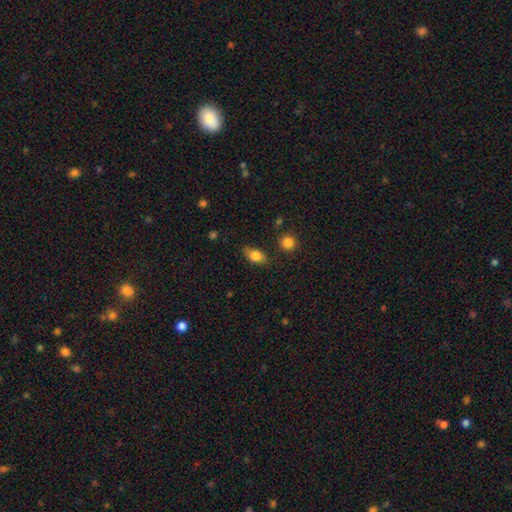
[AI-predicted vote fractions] This is clearly a smooth galaxy (80%). How rounded: clearly in between (81%). Merging: likely none (74%).